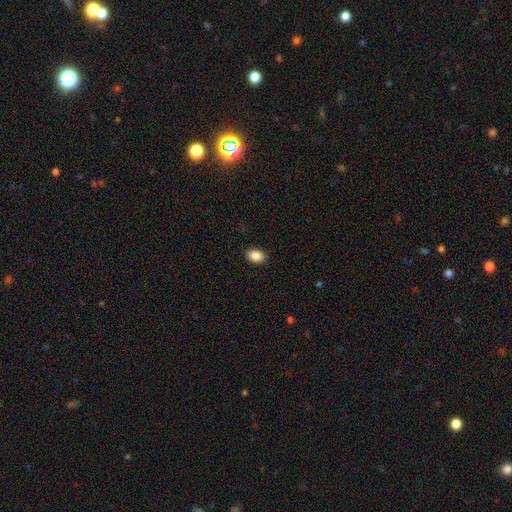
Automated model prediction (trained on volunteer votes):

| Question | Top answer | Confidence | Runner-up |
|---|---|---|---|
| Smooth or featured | smooth | 87% | star or artifact (9%) |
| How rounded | in between | 74% | round (24%) |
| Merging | none | 89% | minor disturbance (8%) |